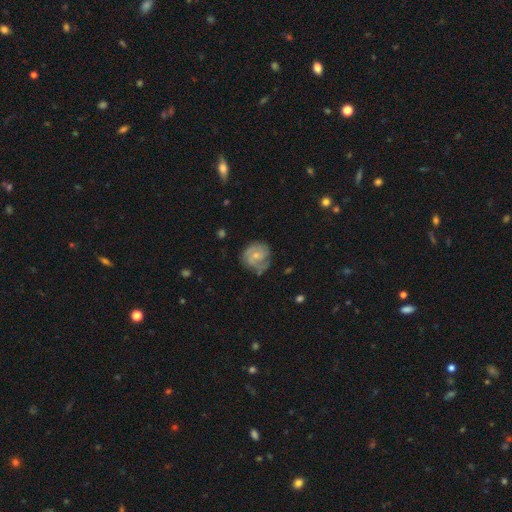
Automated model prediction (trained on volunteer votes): A featured or disk galaxy (61%) with no bar (73%), spiral arms (82%) and a small central bulge (62%).

Vote fractions:
- Smooth or featured? featured or disk: 61% / smooth: 32% / star or artifact: 7%
- Edge-on disk? no: 98% / yes: 2%
- Bar? no: 73% / weak: 24% / strong: 3%
- Spiral arms? yes: 82% / no: 18%
- Bulge size? small: 62% / moderate: 32% / none: 4% / large: 1% / dominant: 1%
- Merging? none: 58% / minor disturbance: 27% / major disturbance: 12% / merger: 3%